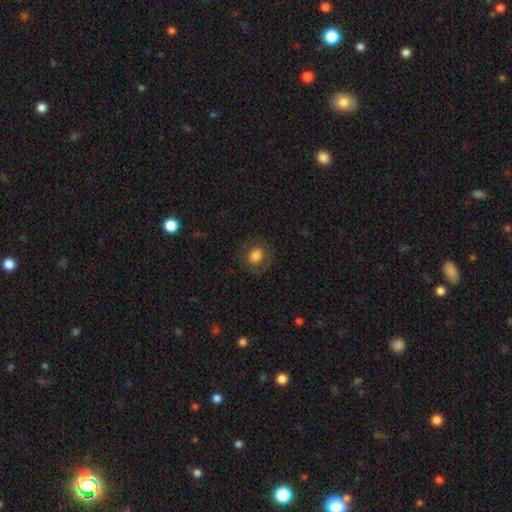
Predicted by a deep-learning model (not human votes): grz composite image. It shows a smooth galaxy with no disk features (77%) that is round (82%). Merging: none (82%).